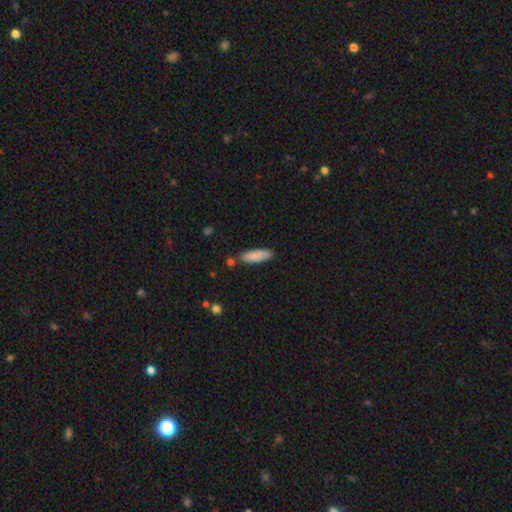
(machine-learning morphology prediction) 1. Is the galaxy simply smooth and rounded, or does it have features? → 86% smooth, 8% featured or disk, 6% star or artifact.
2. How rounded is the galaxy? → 56% cigar-shaped, 42% in between, 2% round.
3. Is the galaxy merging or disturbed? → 81% none, 12% minor disturbance, 5% merger, 2% major disturbance.